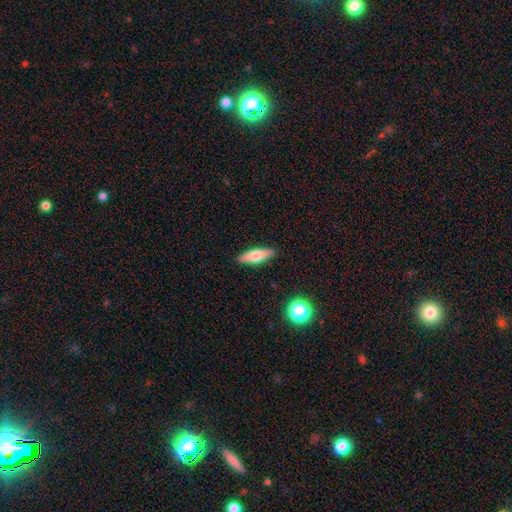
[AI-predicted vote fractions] Morphology: type=smooth (64%); roundness=in between (51%); merging=none (89%).